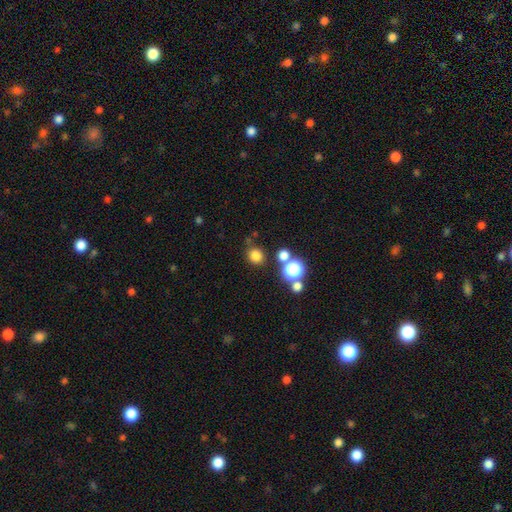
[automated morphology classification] smooth-or-featured: smooth: 78% | star or artifact: 17% | featured or disk: 5%
  how-rounded: round: 84% | in between: 15% | cigar-shaped: 1%
  merging: none: 78% | minor disturbance: 9% | merger: 9% | major disturbance: 4%